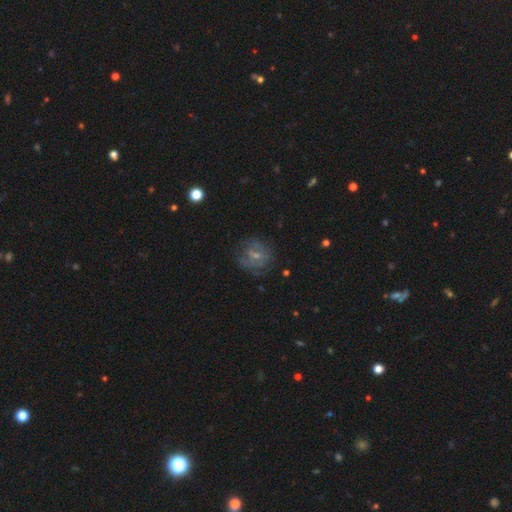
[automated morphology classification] This is possibly a featured or disk galaxy (54%). It is clearly not viewed edge-on (97%). Bar: possibly no (52%). Spiral arm pattern: possibly yes (51%). Central bulge: possibly small (58%). Merging: likely none (62%).